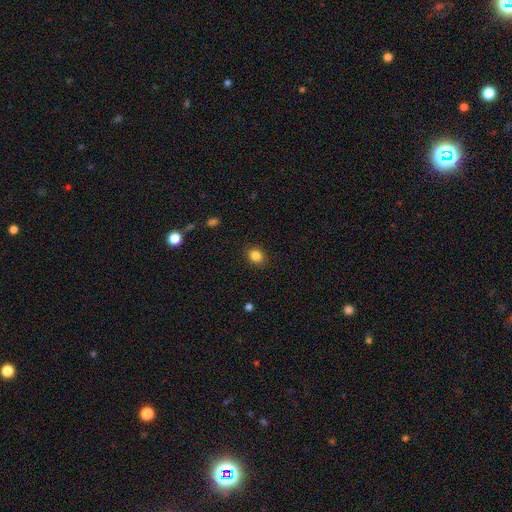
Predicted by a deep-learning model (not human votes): Overall: smooth (84%). How rounded: round (55%; in between 44%). Merging: none (88%).